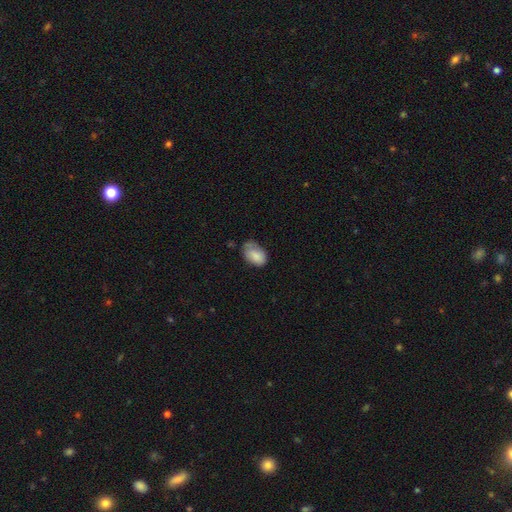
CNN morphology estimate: A smooth galaxy with no disk features (81%) that is in between round and cigar-shaped (89%). Merging: none (48%).